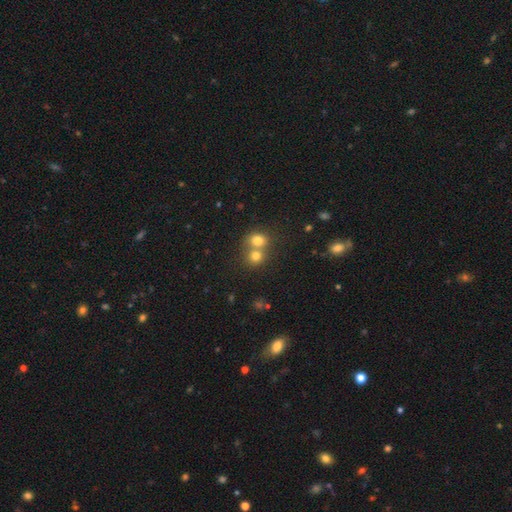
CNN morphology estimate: This is likely a smooth galaxy (76%). How rounded: likely round (79%). Merging: possibly merger (55%).